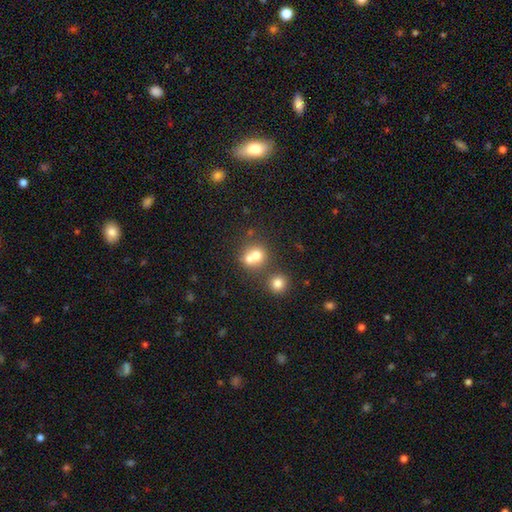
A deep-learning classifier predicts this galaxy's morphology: Smooth or featured: smooth — 70% (featured or disk — 17%)
How rounded: round — 77% (in between — 22%)
Merging: merger — 55% (none — 34%)